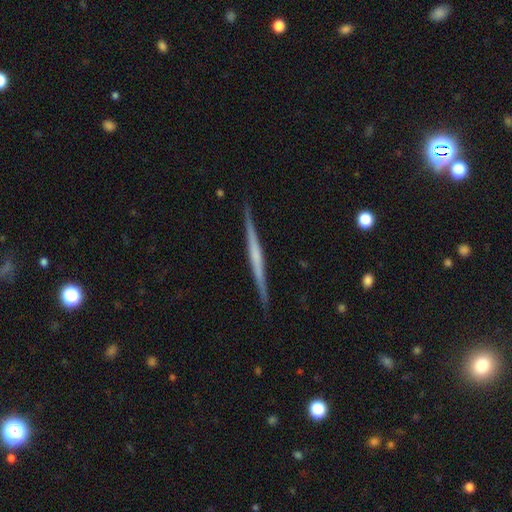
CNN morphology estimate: type=featured or disk (70%); edge-on=yes (98%); edge-on bulge=none (65%); merging=none (91%).